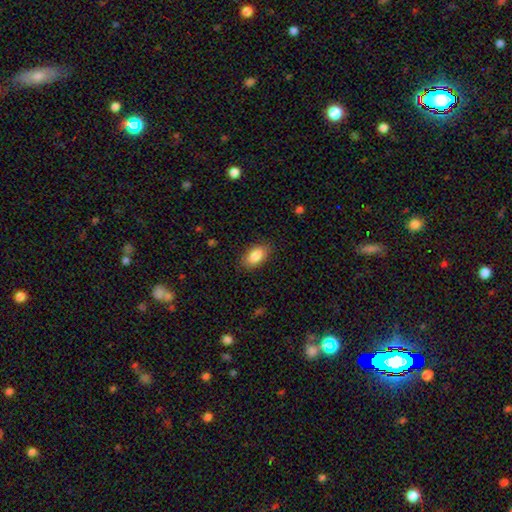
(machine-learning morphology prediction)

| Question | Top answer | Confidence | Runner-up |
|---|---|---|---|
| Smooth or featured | smooth | 88% | star or artifact (7%) |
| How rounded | in between | 93% | round (4%) |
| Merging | none | 85% | minor disturbance (11%) |